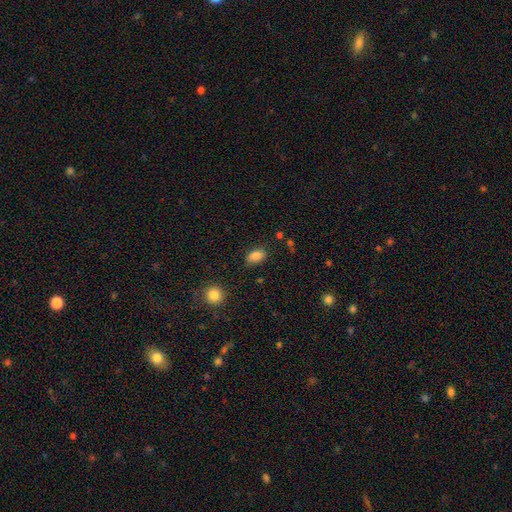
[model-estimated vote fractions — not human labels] Overall: smooth (85%). How rounded: in between (87%). Merging: none (77%).